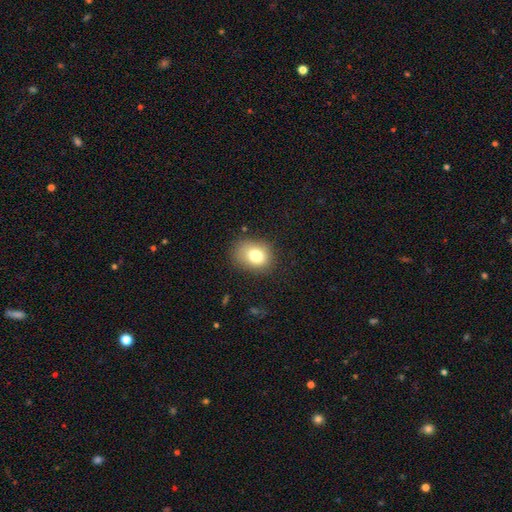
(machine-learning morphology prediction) A smooth galaxy with no disk features (79%) that is in between round and cigar-shaped (54%). Merging: none (77%).